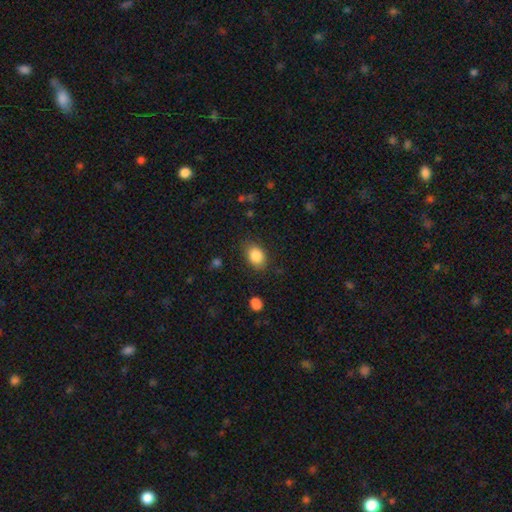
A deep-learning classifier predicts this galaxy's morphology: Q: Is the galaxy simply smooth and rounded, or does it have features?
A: smooth — 86%.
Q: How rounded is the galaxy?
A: in between — 73%.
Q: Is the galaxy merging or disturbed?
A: none — 81%.